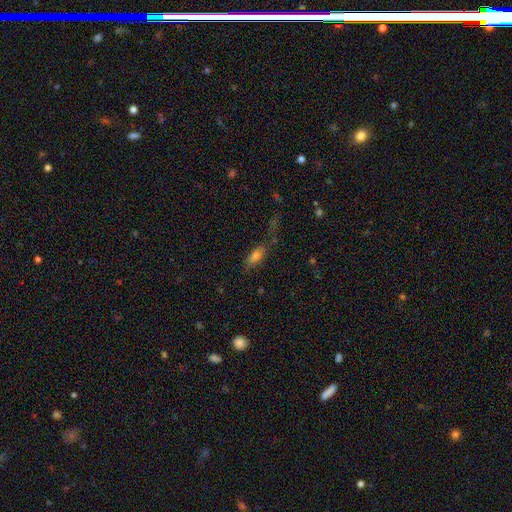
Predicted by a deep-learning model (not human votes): The model was most divided on "merging": none: 53%, minor disturbance: 22%, major disturbance: 15%, merger: 11%. More confident: how rounded — in between (71%); smooth or featured — smooth (66%).